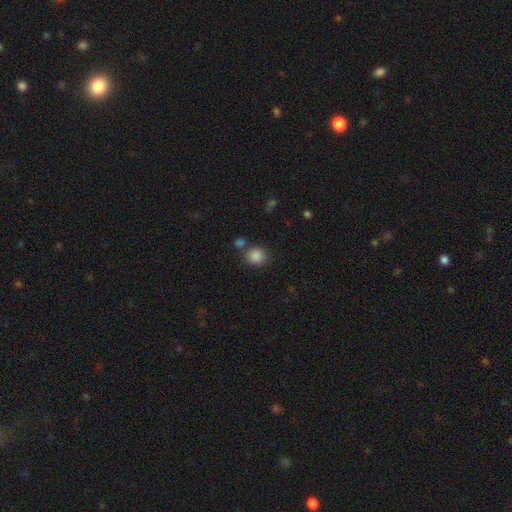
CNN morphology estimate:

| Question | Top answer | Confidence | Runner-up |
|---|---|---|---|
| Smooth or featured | smooth | 86% | star or artifact (9%) |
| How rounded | round | 80% | in between (19%) |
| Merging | none | 71% | merger (14%) |